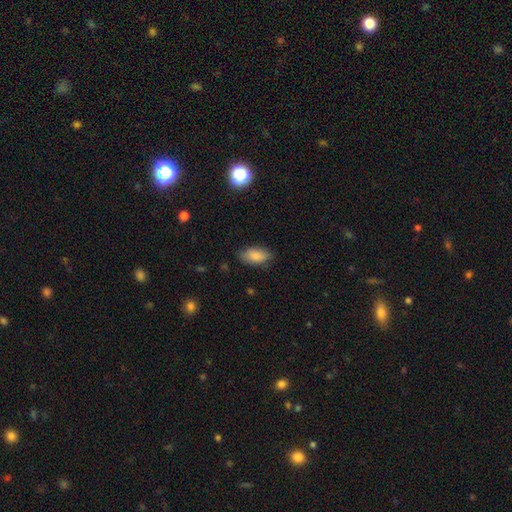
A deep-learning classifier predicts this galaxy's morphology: This appears to be a smooth galaxy with no disk features (85%) that is in between round and cigar-shaped (92%). Merging: none (79%).